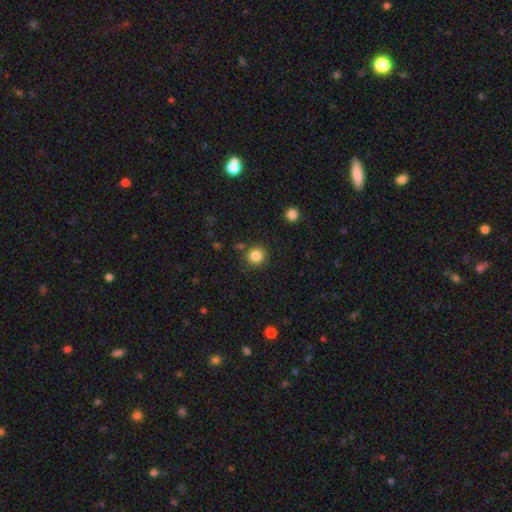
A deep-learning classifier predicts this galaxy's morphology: Smooth or featured?
  - smooth: 85% *
  - star or artifact: 11%
  - featured or disk: 4%
How rounded?
  - round: 91% *
  - in between: 8%
  - cigar-shaped: 1%
Merging?
  - none: 84% *
  - minor disturbance: 9%
  - merger: 4%
  - major disturbance: 3%